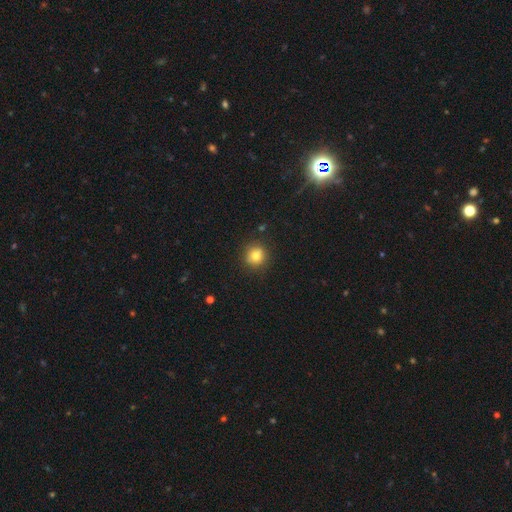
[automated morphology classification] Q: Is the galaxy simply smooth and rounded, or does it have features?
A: smooth — 79%.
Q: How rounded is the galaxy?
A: round — 88%.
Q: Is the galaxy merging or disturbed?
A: none — 86%.